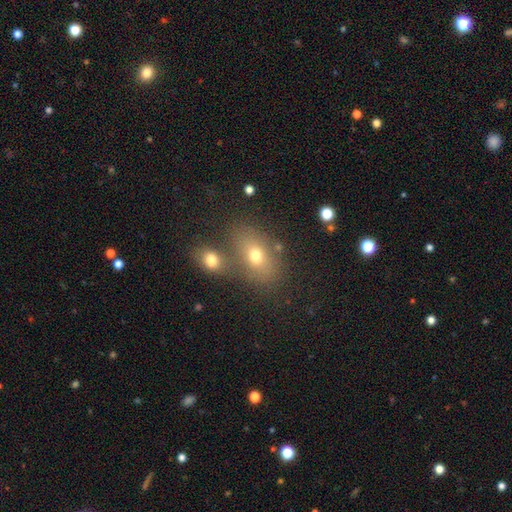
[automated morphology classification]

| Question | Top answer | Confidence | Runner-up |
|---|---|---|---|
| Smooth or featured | smooth | 68% | featured or disk (17%) |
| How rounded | in between | 76% | round (22%) |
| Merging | none | 52% | merger (33%) |